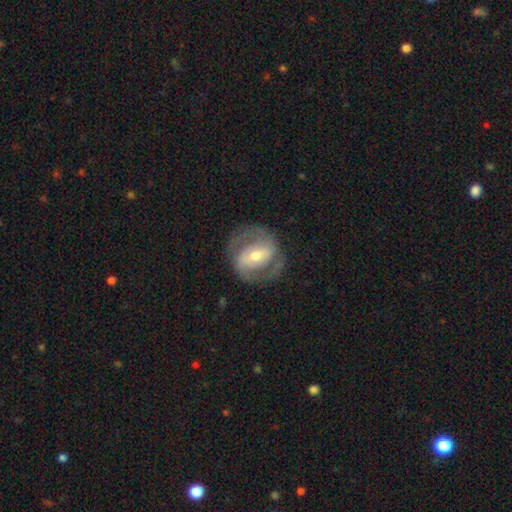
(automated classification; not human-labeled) Smooth or featured?
  - featured or disk: 76% *
  - smooth: 18%
  - star or artifact: 5%
Edge-on disk?
  - no: 96% *
  - yes: 4%
Bar?
  - strong: 40% *
  - weak: 36%
  - no: 24%
Spiral arms?
  - yes: 78% *
  - no: 22%
Spiral winding?
  - medium: 48% *
  - tight: 36%
  - loose: 17%
Spiral arm count?
  - 2: 84% *
  - can't tell: 9%
  - 1: 3%
  - 3: 2%
  - 4: 1%
  - more than 4: 1%
Bulge size?
  - moderate: 61% *
  - small: 31%
  - large: 6%
  - none: 1%
  - dominant: 1%
Merging?
  - none: 75% *
  - minor disturbance: 14%
  - major disturbance: 10%
  - merger: 1%